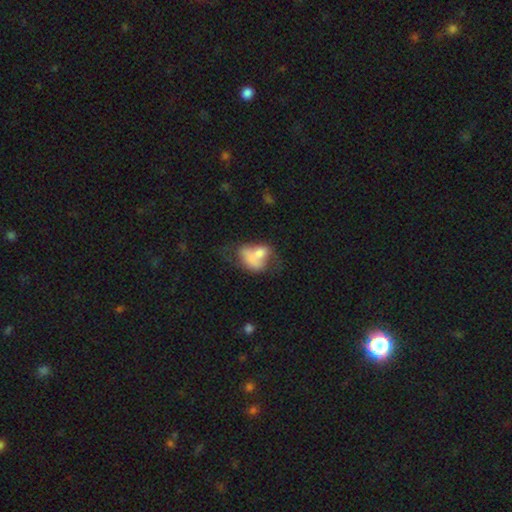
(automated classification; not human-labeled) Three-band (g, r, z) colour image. It shows a smooth galaxy with no disk features (58%) that is in between round and cigar-shaped (76%). Merging: merger (48%).